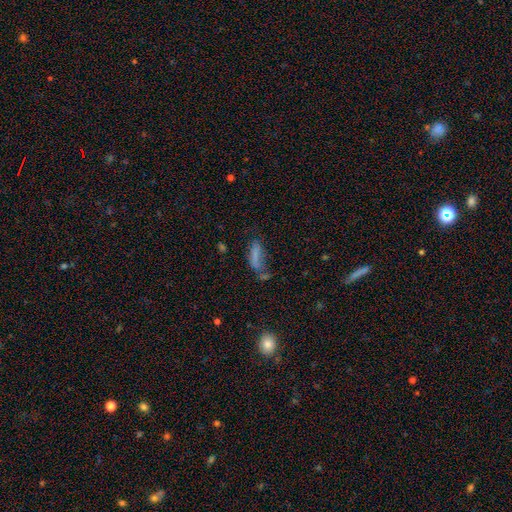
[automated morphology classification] Overall: smooth (70%). How rounded: in between (57%; cigar-shaped 40%). Merging: none (38%; minor disturbance 25%).